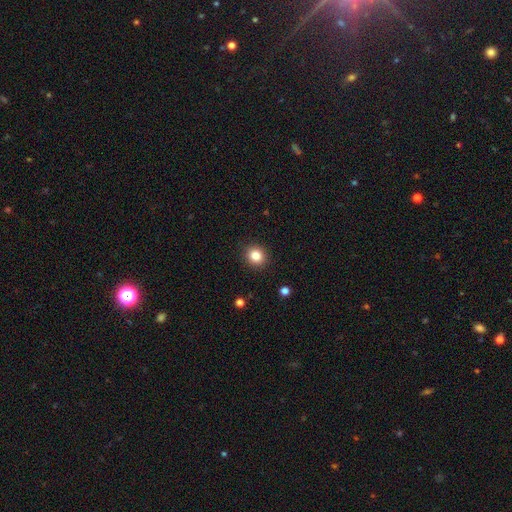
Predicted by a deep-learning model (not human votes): A smooth galaxy with no disk features (84%) that is round (82%). Merging: none (91%).